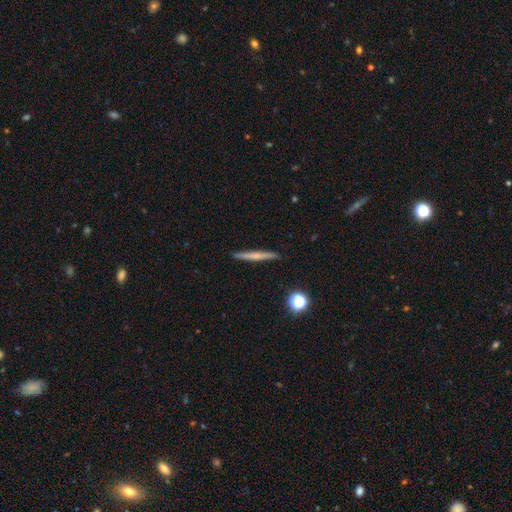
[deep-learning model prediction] Smooth or featured?
  - smooth: 54% *
  - featured or disk: 38%
  - star or artifact: 8%
How rounded?
  - cigar-shaped: 95% *
  - in between: 3%
  - round: 2%
Merging?
  - none: 91% *
  - minor disturbance: 6%
  - major disturbance: 1%
  - merger: 1%